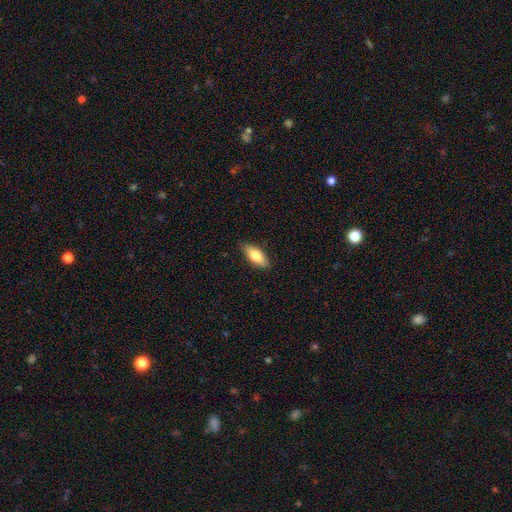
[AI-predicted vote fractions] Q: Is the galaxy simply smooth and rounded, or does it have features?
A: smooth — 80%.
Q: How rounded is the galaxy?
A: in between — 77%.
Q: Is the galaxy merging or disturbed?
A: none — 86%.